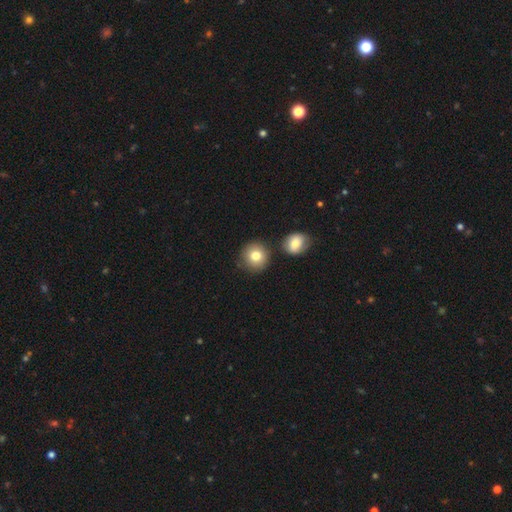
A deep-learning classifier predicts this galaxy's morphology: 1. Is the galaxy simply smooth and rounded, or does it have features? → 80% smooth, 10% featured or disk, 9% star or artifact.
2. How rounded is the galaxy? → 90% round, 9% in between, 1% cigar-shaped.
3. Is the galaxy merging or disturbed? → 77% none, 12% merger, 9% minor disturbance, 3% major disturbance.